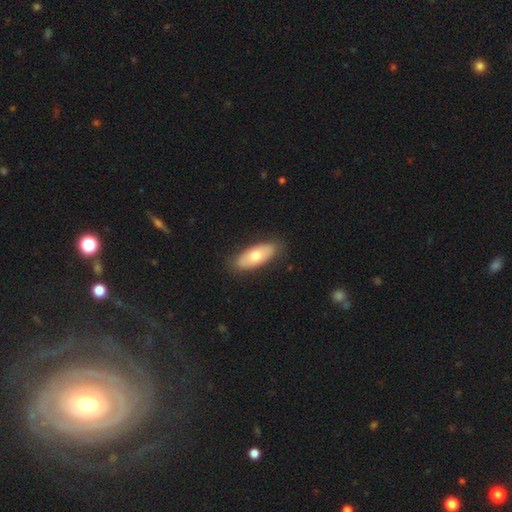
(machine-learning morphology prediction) The model was most divided on "smooth or featured": smooth: 65%, featured or disk: 30%, star or artifact: 5%. More confident: merging — none (87%); how rounded — in between (82%).